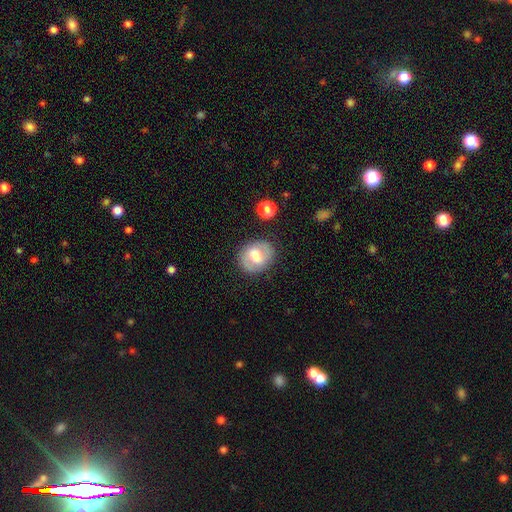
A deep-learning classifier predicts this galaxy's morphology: Smooth or featured: featured or disk — 49% (smooth — 44%)
Merging: none — 80% (minor disturbance — 13%)